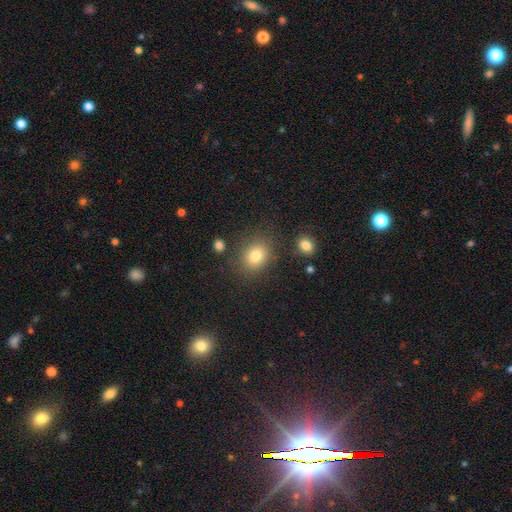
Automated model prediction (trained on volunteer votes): smooth_or_featured: smooth (p=0.80) [alt: star or artifact p=0.12]
how_rounded: round (p=0.50) [alt: in between p=0.49]
merging: none (p=0.80) [alt: minor disturbance p=0.11]